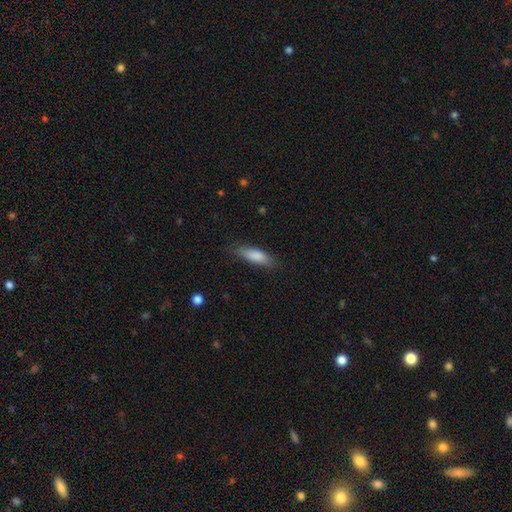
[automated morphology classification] Smooth or featured?
  - smooth: 84% *
  - featured or disk: 10%
  - star or artifact: 6%
How rounded?
  - in between: 52% *
  - cigar-shaped: 46%
  - round: 2%
Merging?
  - none: 80% *
  - minor disturbance: 15%
  - major disturbance: 4%
  - merger: 1%